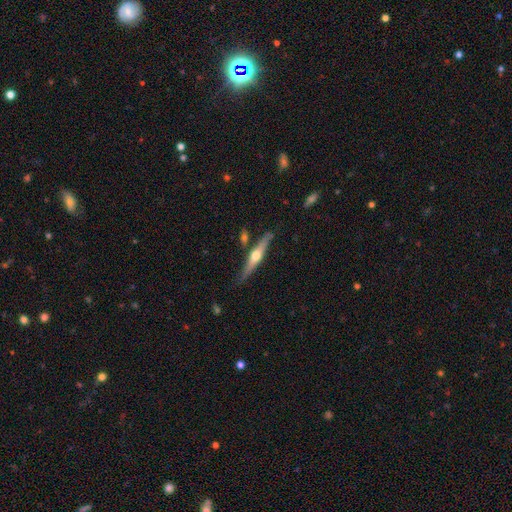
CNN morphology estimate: Smooth or featured? featured or disk (67%)
Edge-on disk? yes (96%)
Edge-on bulge? rounded (93%)
Merging? none (77%)